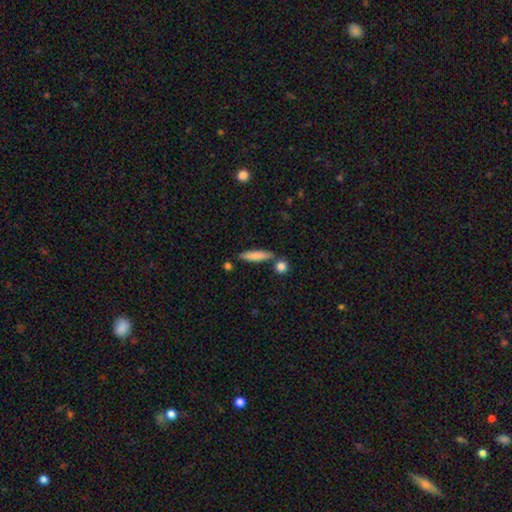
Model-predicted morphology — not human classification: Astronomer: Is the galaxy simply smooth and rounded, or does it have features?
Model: smooth — 80%.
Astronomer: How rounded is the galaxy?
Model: cigar-shaped — 76%.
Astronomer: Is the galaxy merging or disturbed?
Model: none — 77%.